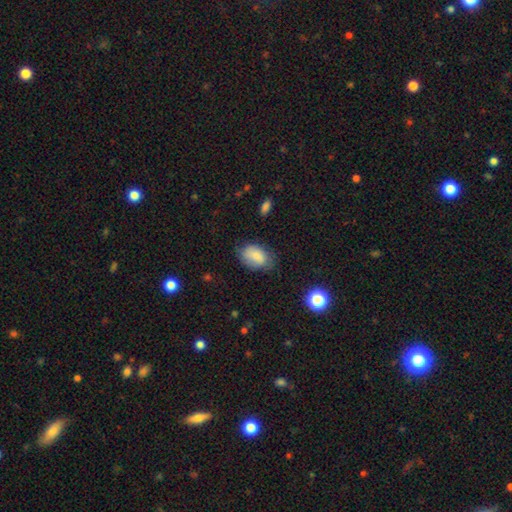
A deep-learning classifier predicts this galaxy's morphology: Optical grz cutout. It shows a smooth galaxy with no disk features (77%) that is in between round and cigar-shaped (84%). Merging: none (64%).